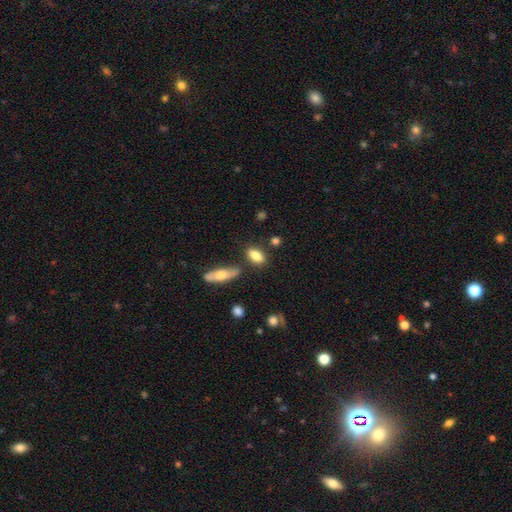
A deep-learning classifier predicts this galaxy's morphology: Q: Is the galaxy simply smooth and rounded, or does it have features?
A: smooth — 80%.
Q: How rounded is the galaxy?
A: in between — 80%.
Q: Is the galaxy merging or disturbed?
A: none — 74%.